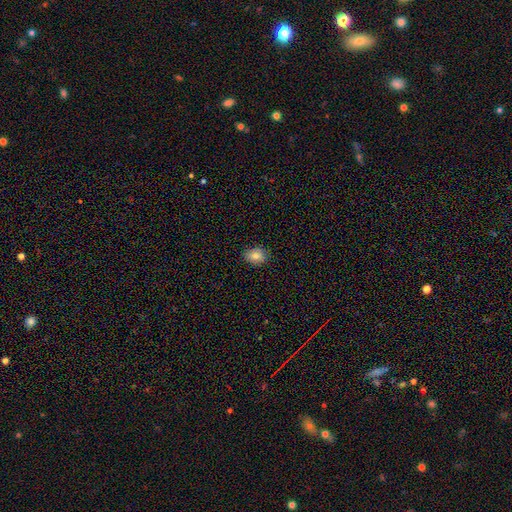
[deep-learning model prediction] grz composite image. It shows a smooth galaxy with no disk features (80%) that is in between round and cigar-shaped (74%). Merging: none (84%).